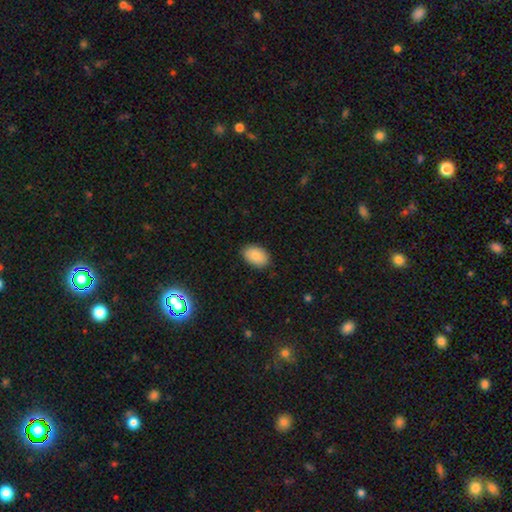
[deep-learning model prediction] smooth-or-featured: smooth: 87% | star or artifact: 7% | featured or disk: 6%
  how-rounded: in between: 88% | round: 11% | cigar-shaped: 1%
  merging: none: 86% | minor disturbance: 10% | major disturbance: 2% | merger: 1%